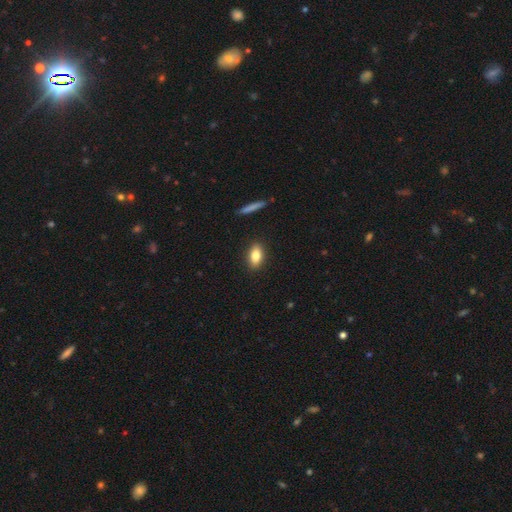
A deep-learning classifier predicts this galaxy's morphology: A smooth galaxy with no disk features (80%) that is in between round and cigar-shaped (84%). Merging: none (89%).